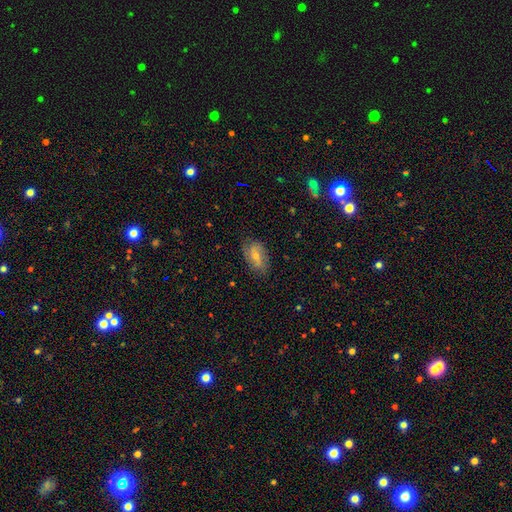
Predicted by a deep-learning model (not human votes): This appears to be a featured or disk galaxy (52%). Merging: none (76%).